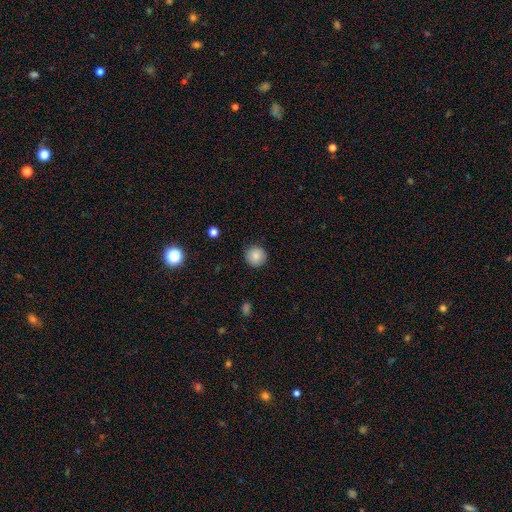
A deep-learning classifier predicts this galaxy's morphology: smooth 85%, star or artifact 9%, featured or disk 6%. Down the decision tree: how rounded — round (94%); merging — none (89%).